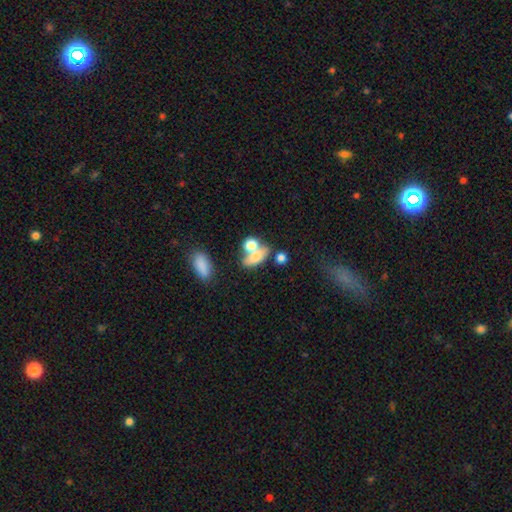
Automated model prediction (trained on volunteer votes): The model was most divided on "merging": merger: 45%, none: 35%, minor disturbance: 12%, major disturbance: 9%. More confident: how rounded — in between (72%); smooth or featured — smooth (69%).